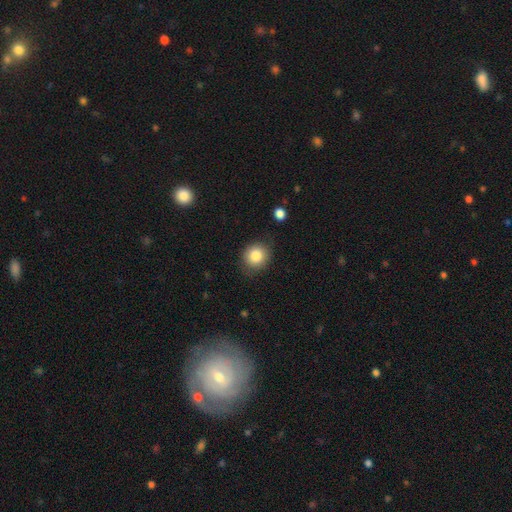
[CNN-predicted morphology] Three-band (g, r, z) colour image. It shows a smooth galaxy with no disk features (84%) that is round (81%). Merging: none (83%).